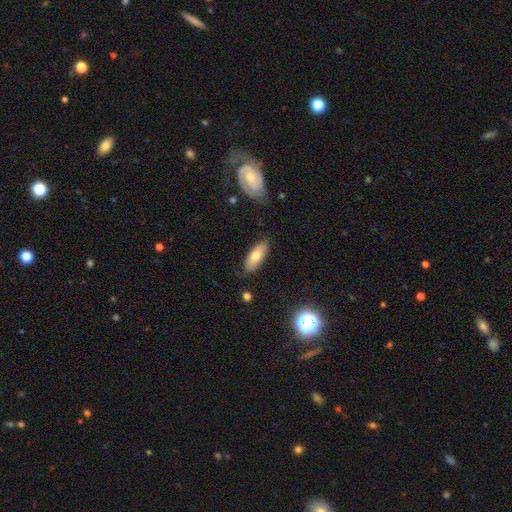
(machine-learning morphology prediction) smooth_or_featured: smooth (p=0.74) [alt: featured or disk p=0.19]
how_rounded: in between (p=0.77) [alt: cigar-shaped p=0.20]
merging: none (p=0.82) [alt: minor disturbance p=0.13]